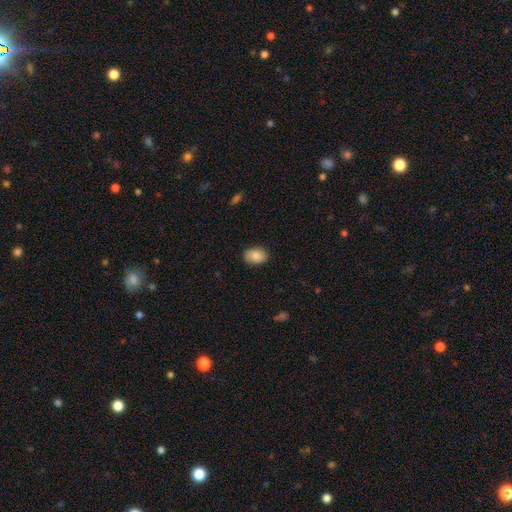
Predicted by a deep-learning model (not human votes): This appears to be a smooth galaxy with no disk features (86%) that is in between round and cigar-shaped (82%). Merging: none (88%).